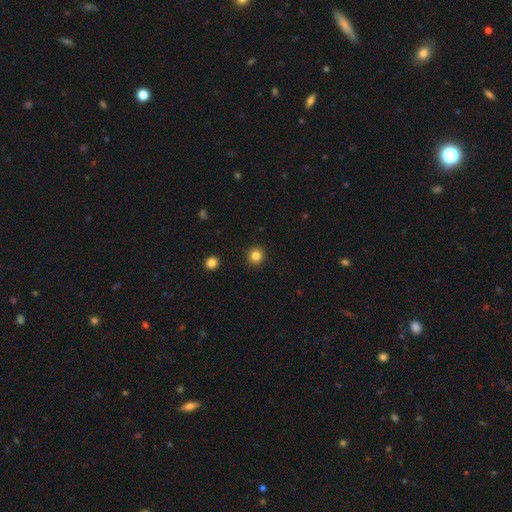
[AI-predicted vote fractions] This appears to be a smooth galaxy with no disk features (83%) that is round (92%). Merging: none (92%).